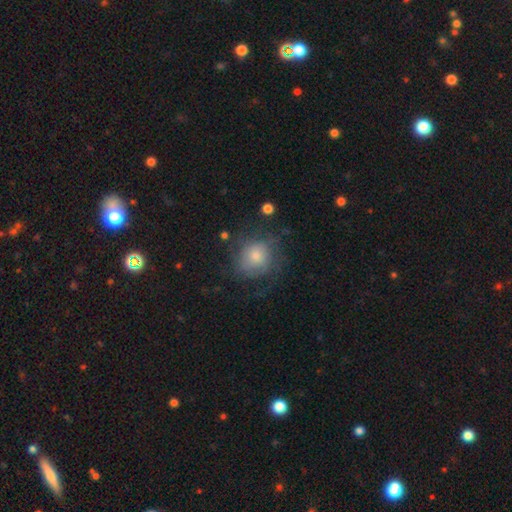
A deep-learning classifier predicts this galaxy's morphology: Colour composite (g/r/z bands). It shows a smooth galaxy with no disk features (57%) that is round (82%). Merging: none (61%).